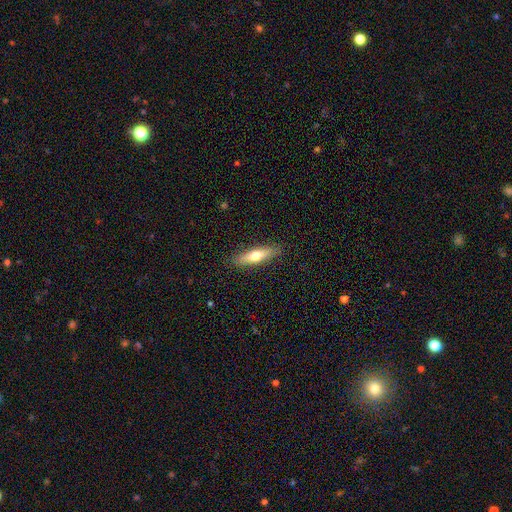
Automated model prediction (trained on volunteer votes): A smooth galaxy with no disk features (59%) that is cigar-shaped (70%).

Vote fractions:
- Smooth or featured? smooth: 59% / featured or disk: 35% / star or artifact: 6%
- How rounded? cigar-shaped: 70% / in between: 28% / round: 2%
- Merging? none: 89% / minor disturbance: 8% / major disturbance: 2% / merger: 1%